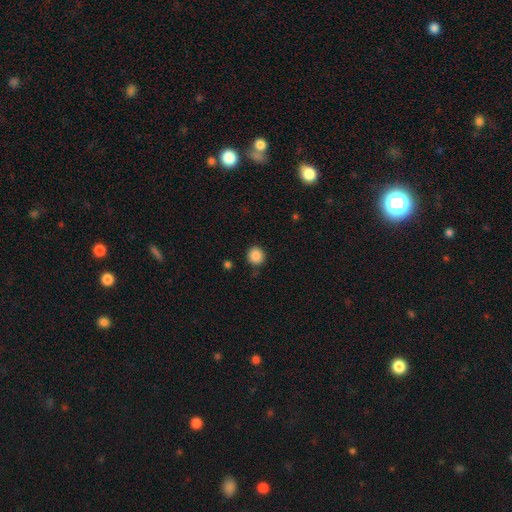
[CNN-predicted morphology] A smooth galaxy with no disk features (88%) that is round (88%).

Vote fractions:
- Smooth or featured? smooth: 88% / star or artifact: 10% / featured or disk: 3%
- How rounded? round: 88% / in between: 11% / cigar-shaped: 1%
- Merging? none: 84% / minor disturbance: 11% / major disturbance: 3% / merger: 2%